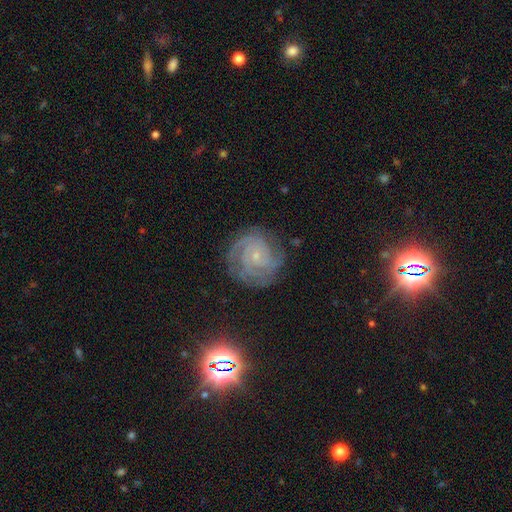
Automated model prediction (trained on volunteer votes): featured or disk 83%, star or artifact 9%, smooth 8%. Down the decision tree: edge-on disk — no (98%); bar — no (74%); spiral arms — yes (98%); spiral arm count — 3 (33%); spiral winding — tight (73%); bulge size — small (83%); merging — none (77%).